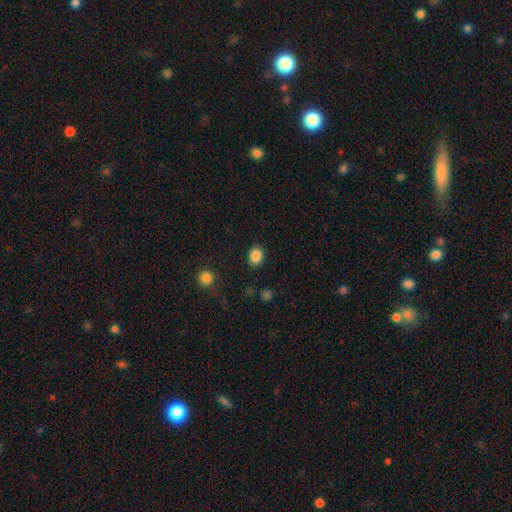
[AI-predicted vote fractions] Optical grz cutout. It shows a smooth galaxy with no disk features (87%) that is in between round and cigar-shaped (52%). Merging: none (88%).